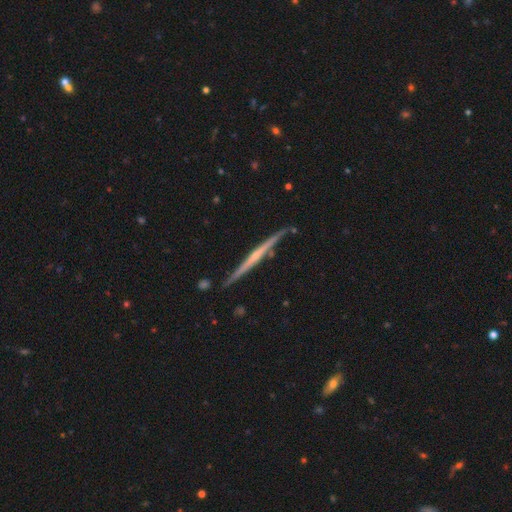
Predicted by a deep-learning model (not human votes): Smooth or featured? featured or disk (76%)
Edge-on disk? yes (98%)
Edge-on bulge? none (52%)
Merging? none (84%)